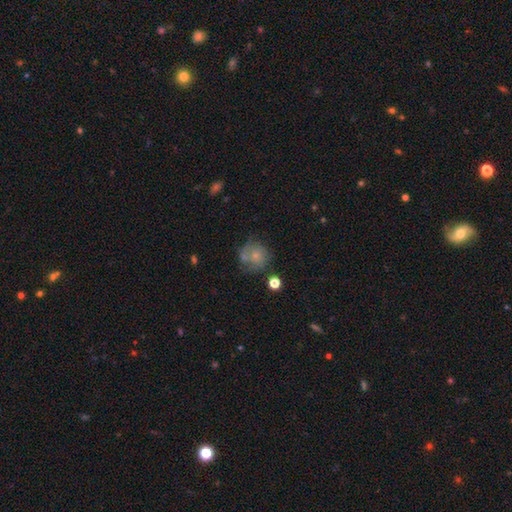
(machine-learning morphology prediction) This is possibly a smooth galaxy (58%). How rounded: clearly round (81%). Merging: possibly none (50%).